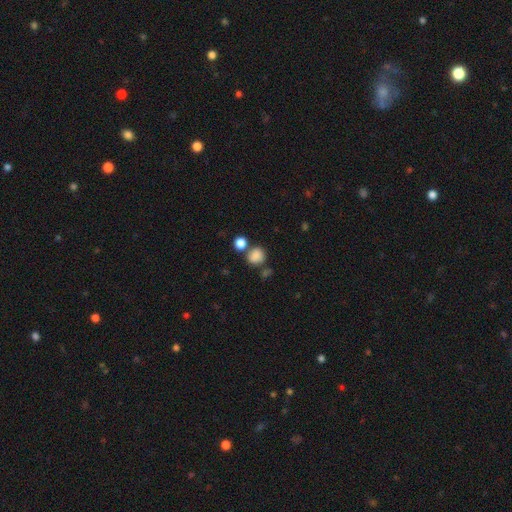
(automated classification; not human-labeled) Overall: smooth (84%). How rounded: round (76%). Merging: none (60%; merger 22%).